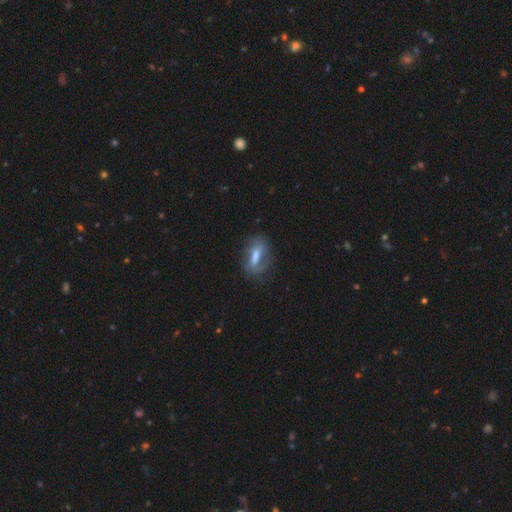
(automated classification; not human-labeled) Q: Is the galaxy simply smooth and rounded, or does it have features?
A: smooth — 47%.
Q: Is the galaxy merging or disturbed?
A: none — 61%.